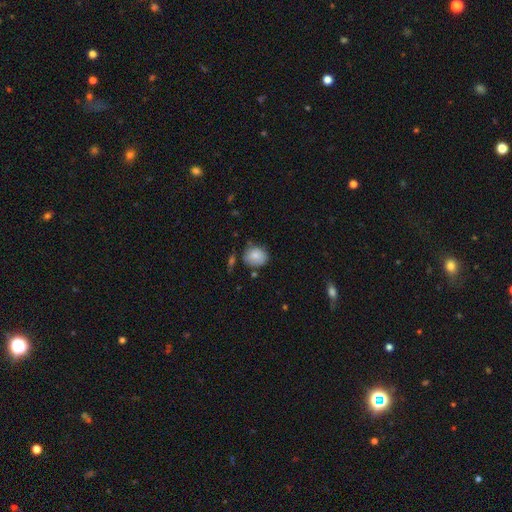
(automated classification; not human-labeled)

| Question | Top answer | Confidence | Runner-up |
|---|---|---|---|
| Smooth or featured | smooth | 78% | featured or disk (13%) |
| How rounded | round | 66% | in between (33%) |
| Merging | none | 63% | minor disturbance (26%) |